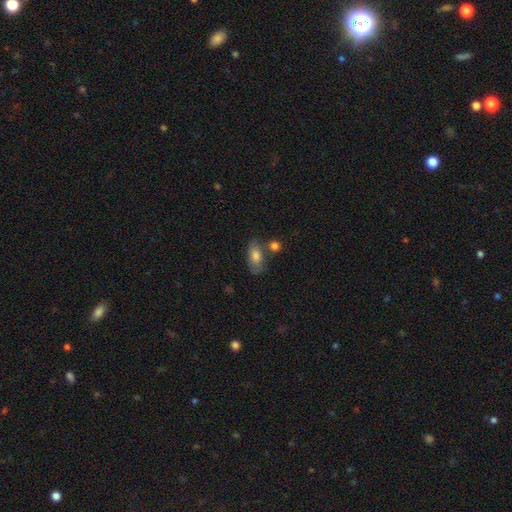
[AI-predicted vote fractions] Morphology: type=smooth (74%); roundness=in between (87%); merging=none (54%).